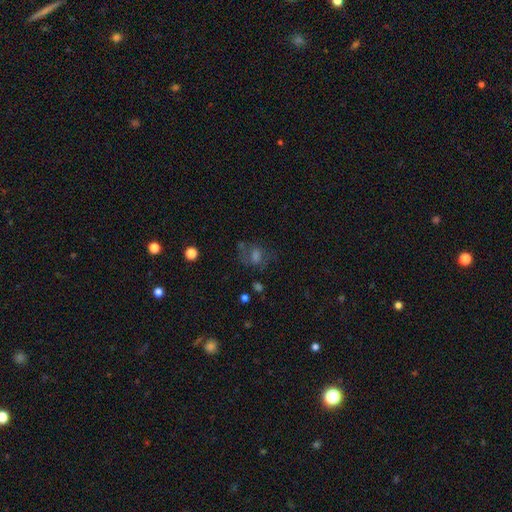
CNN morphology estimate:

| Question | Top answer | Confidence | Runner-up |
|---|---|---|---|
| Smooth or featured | smooth | 42% | featured or disk (30%) |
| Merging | none | 55% | major disturbance (21%) |